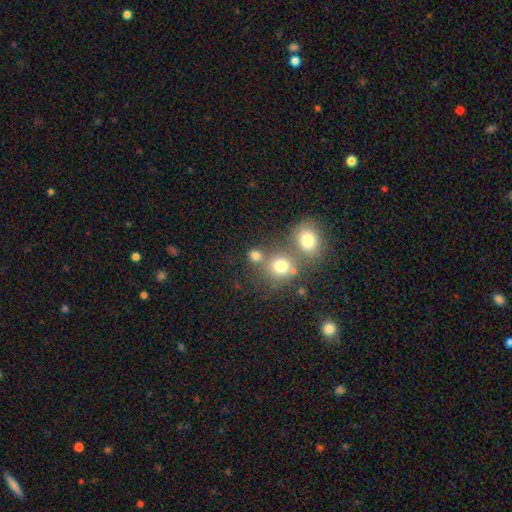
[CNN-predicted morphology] Smooth or featured?
  - smooth: 76% *
  - star or artifact: 16%
  - featured or disk: 9%
How rounded?
  - round: 78% *
  - in between: 21%
  - cigar-shaped: 1%
Merging?
  - none: 58% *
  - merger: 28%
  - minor disturbance: 9%
  - major disturbance: 5%